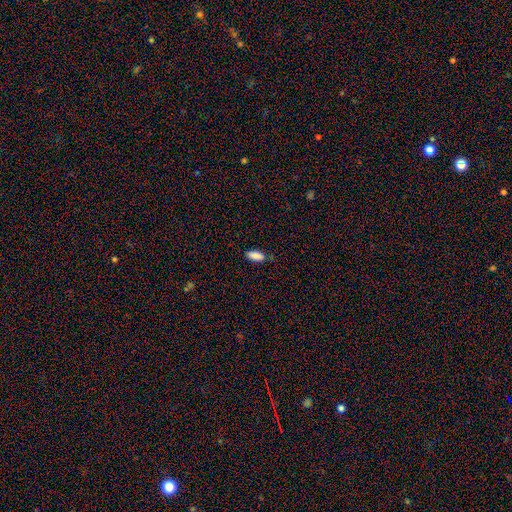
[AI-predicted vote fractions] smooth 88%, star or artifact 7%, featured or disk 5%. Down the decision tree: how rounded — in between (78%); merging — none (83%).